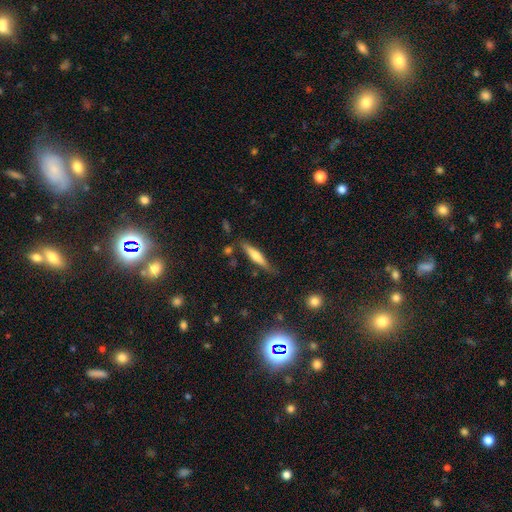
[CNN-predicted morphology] Smooth or featured?
  - smooth: 50% *
  - featured or disk: 43%
  - star or artifact: 7%
Merging?
  - none: 78% *
  - minor disturbance: 15%
  - merger: 4%
  - major disturbance: 3%